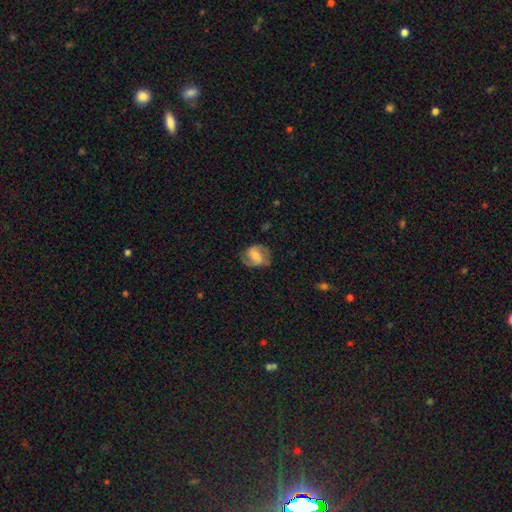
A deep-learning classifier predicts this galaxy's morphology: A featured or disk galaxy (51%). Merging: none (65%).